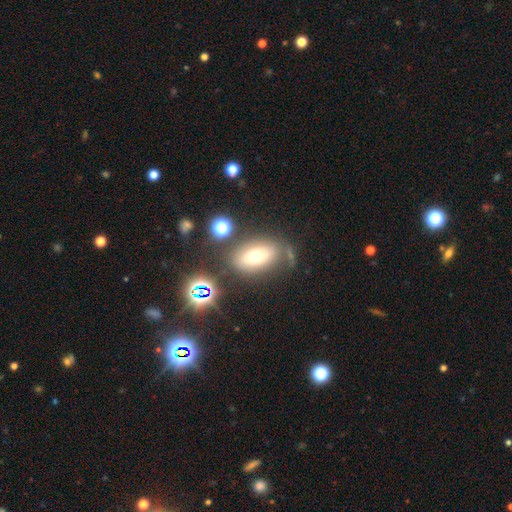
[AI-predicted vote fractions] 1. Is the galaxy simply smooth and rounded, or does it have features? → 61% smooth, 23% featured or disk, 16% star or artifact.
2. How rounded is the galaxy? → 83% in between, 12% round, 5% cigar-shaped.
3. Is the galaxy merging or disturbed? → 68% none, 16% minor disturbance, 8% major disturbance, 8% merger.